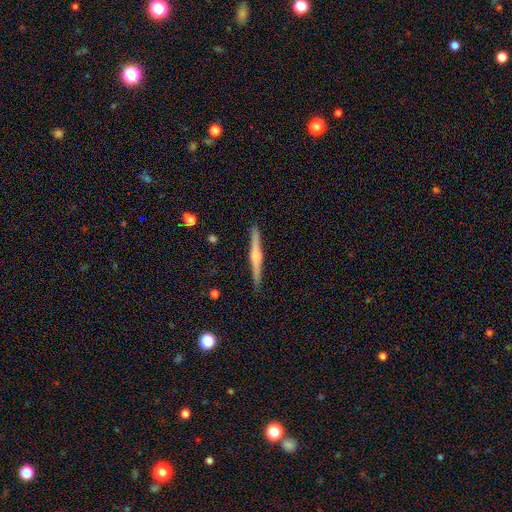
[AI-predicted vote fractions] This is likely a featured or disk galaxy (75%). It is clearly viewed edge-on (98%). Edge-on bulge: likely rounded (79%). Merging: clearly none (91%).